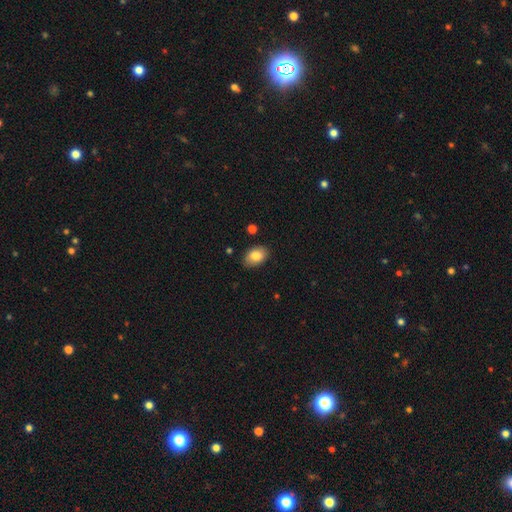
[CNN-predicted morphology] smooth_or_featured: smooth (p=0.84) [alt: featured or disk p=0.09]
how_rounded: in between (p=0.87) [alt: round p=0.12]
merging: none (p=0.84) [alt: minor disturbance p=0.12]